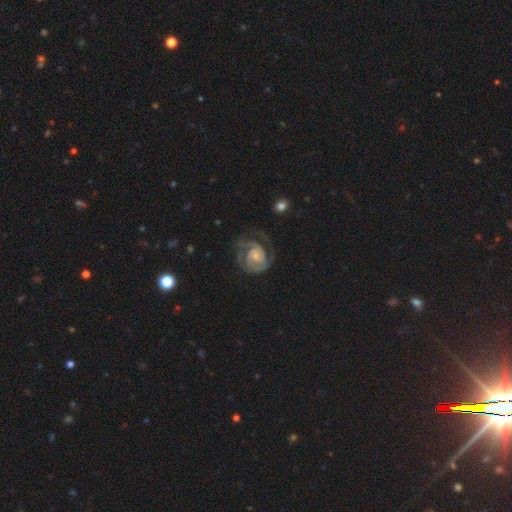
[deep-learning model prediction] smooth_or_featured: featured or disk (p=0.85) [alt: smooth p=0.10]
disk_edge_on: no (p=0.98) [alt: yes p=0.02]
bar: no (p=0.71) [alt: weak p=0.24]
has_spiral_arms: yes (p=0.95) [alt: no p=0.05]
spiral_winding: tight (p=0.58) [alt: medium p=0.32]
spiral_arm_count: 2 (p=0.52) [alt: can't tell p=0.16]
bulge_size: small (p=0.64) [alt: moderate p=0.22]
merging: none (p=0.53) [alt: major disturbance p=0.25]